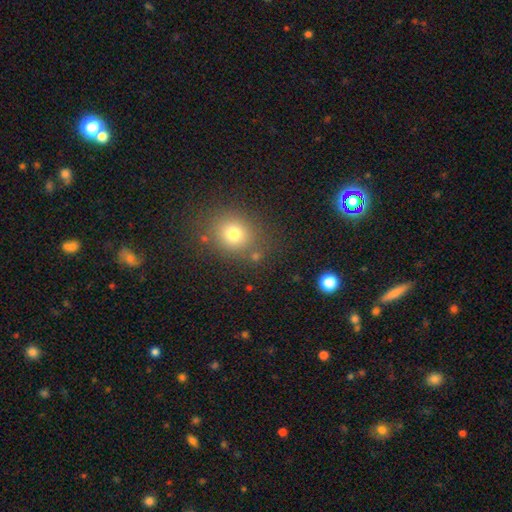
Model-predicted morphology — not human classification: Smooth or featured?
  - smooth: 71% *
  - star or artifact: 19%
  - featured or disk: 9%
How rounded?
  - round: 75% *
  - in between: 24%
  - cigar-shaped: 1%
Merging?
  - none: 80% *
  - minor disturbance: 10%
  - merger: 6%
  - major disturbance: 4%